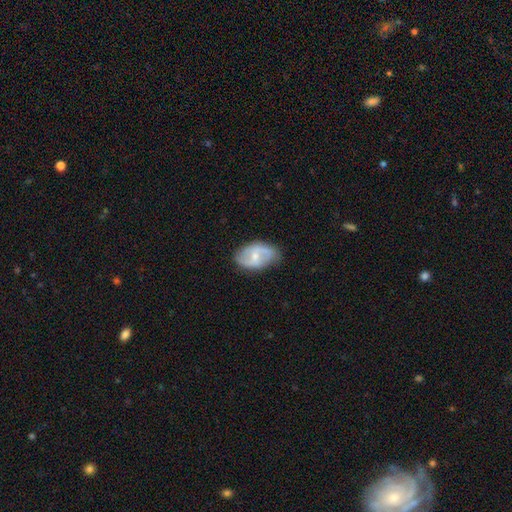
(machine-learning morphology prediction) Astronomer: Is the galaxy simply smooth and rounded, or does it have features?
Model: featured or disk — 66%.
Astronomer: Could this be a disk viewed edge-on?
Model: no — 96%.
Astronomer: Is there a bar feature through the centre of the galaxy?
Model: weak — 49% (runner-up: no, 34%).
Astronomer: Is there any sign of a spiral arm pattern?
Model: yes — 81%.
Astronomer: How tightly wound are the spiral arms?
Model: medium — 46% (runner-up: loose, 33%).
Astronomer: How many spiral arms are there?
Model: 2 — 83%.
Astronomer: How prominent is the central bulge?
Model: small — 51% (runner-up: moderate, 43%).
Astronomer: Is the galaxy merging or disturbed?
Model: none — 76%.